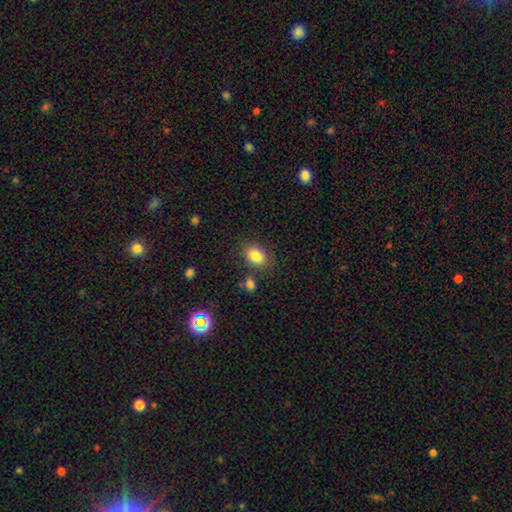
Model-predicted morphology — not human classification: Smooth or featured? smooth (83%)
How rounded? in between (75%)
Merging? none (77%)